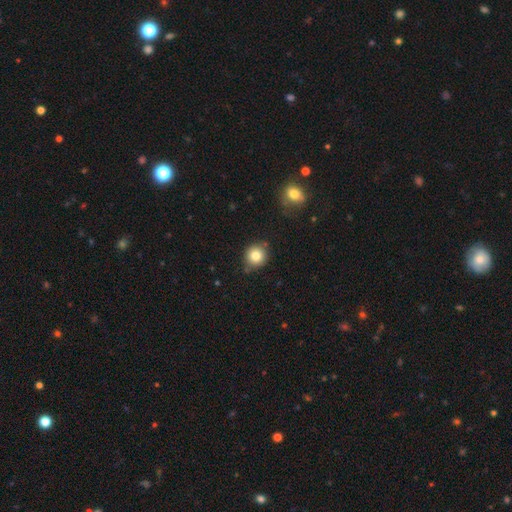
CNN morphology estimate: smooth 81%, star or artifact 11%, featured or disk 8%. Down the decision tree: how rounded — round (91%); merging — none (80%).